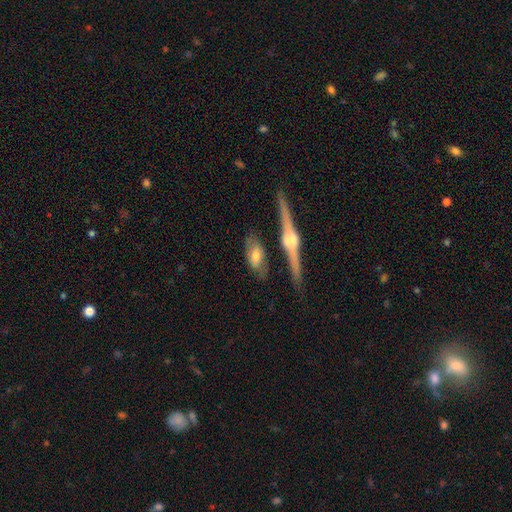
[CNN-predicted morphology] Q: Smooth or featured?
A: featured or disk (50%); runner-up: smooth (44%)
Q: Merging?
A: none (70%); runner-up: minor disturbance (17%)